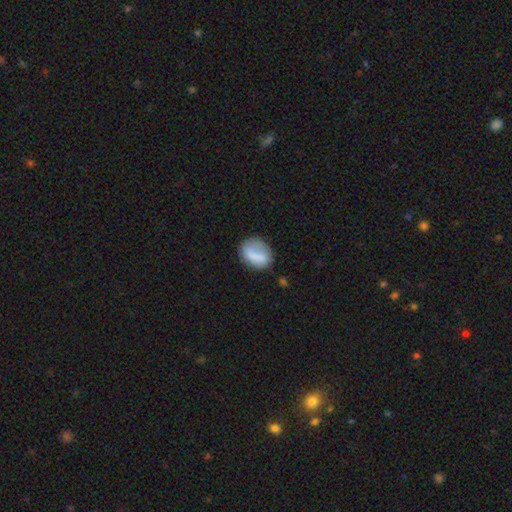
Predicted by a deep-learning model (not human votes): Overall: smooth (73%). How rounded: in between (61%; round 37%). Merging: none (58%; minor disturbance 25%).